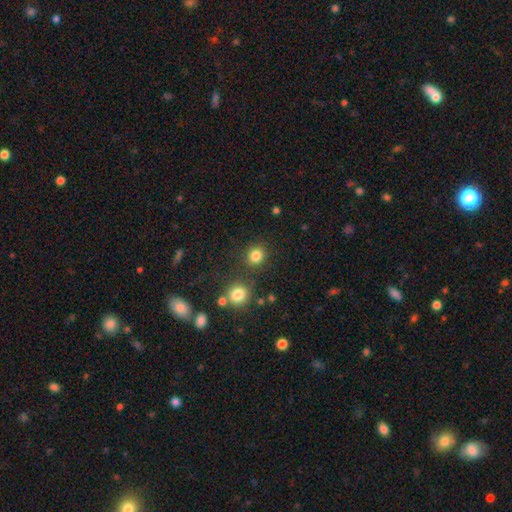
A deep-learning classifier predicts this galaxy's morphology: Smooth or featured?
  - smooth: 83% *
  - star or artifact: 13%
  - featured or disk: 5%
How rounded?
  - round: 84% *
  - in between: 15%
  - cigar-shaped: 1%
Merging?
  - none: 82% *
  - minor disturbance: 8%
  - merger: 7%
  - major disturbance: 3%